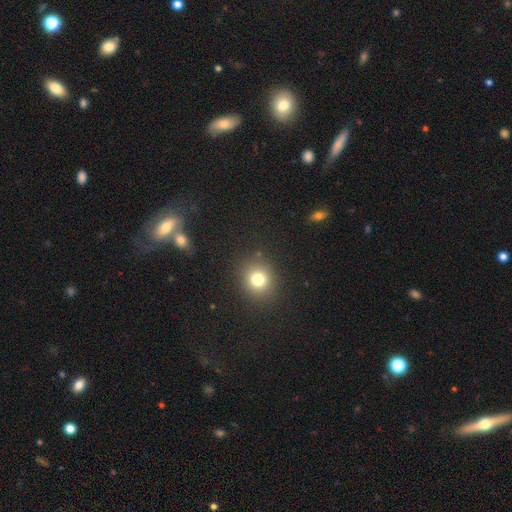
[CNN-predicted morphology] A smooth galaxy with no disk features (65%) that is round (82%). Merging: none (84%).